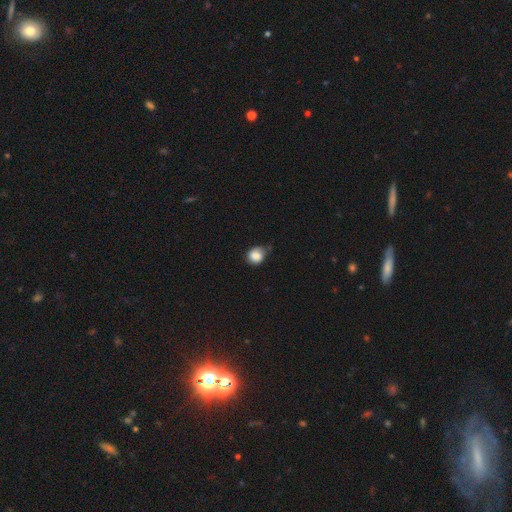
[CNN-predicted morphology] A smooth galaxy with no disk features (85%) that is round (73%). Merging: none (45%).